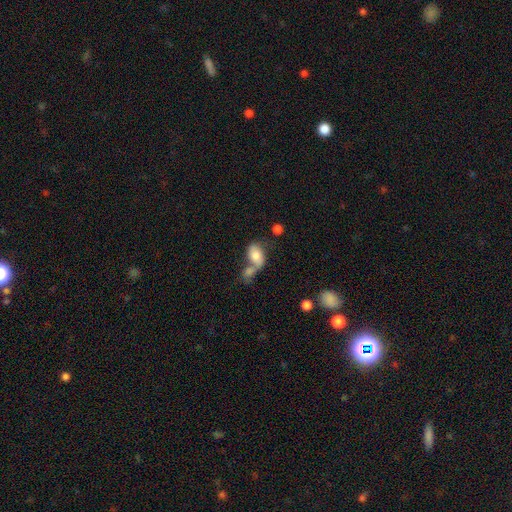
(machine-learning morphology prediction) Q: Smooth or featured?
A: smooth (74%); runner-up: featured or disk (18%)
Q: How rounded?
A: in between (84%); runner-up: round (14%)
Q: Merging?
A: merger (55%); runner-up: none (24%)